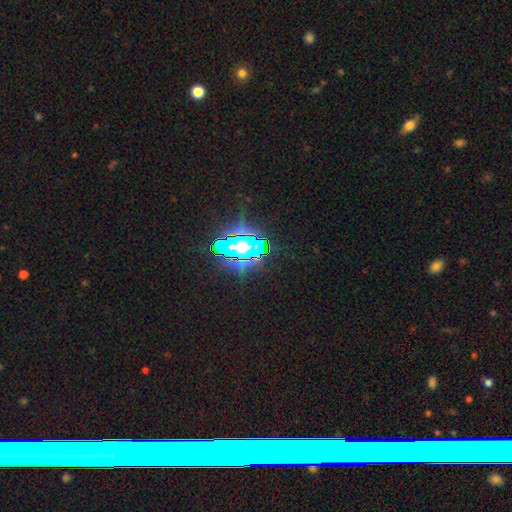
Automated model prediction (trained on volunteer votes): Smooth or featured? Predicted: star or artifact (p=0.64).